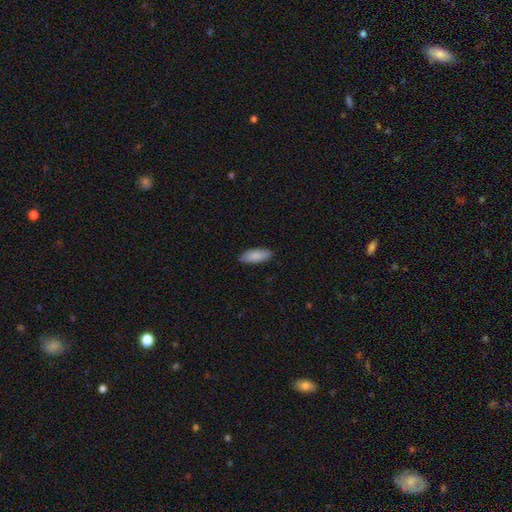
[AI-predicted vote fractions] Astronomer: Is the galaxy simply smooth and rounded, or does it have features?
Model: smooth — 88%.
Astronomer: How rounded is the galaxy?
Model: in between — 77%.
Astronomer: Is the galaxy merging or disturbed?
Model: none — 88%.